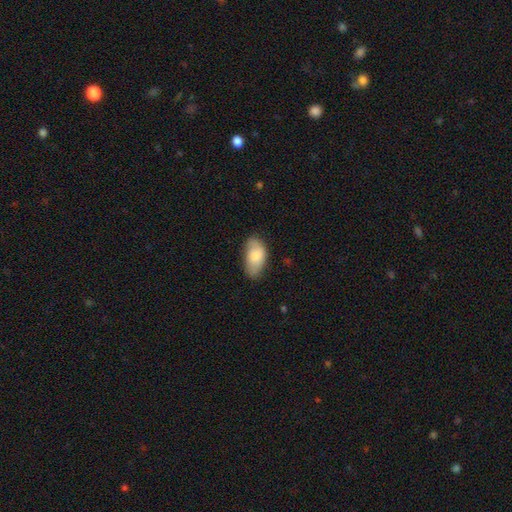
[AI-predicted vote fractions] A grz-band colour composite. It shows a smooth galaxy with no disk features (75%) that is in between round and cigar-shaped (94%). Merging: none (63%).